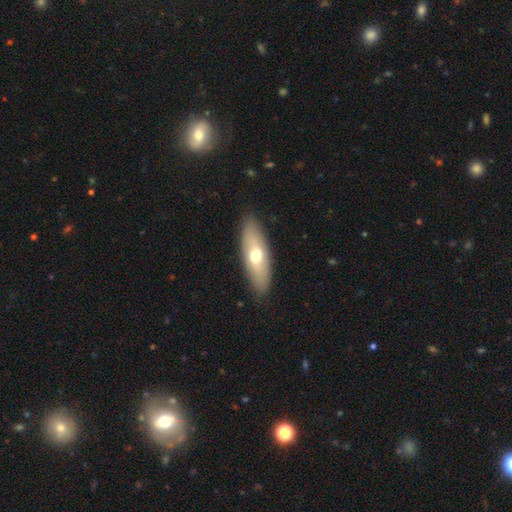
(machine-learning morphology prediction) smooth-or-featured: smooth: 59% | featured or disk: 35% | star or artifact: 6%
  how-rounded: in between: 62% | cigar-shaped: 35% | round: 3%
  merging: none: 87% | minor disturbance: 9% | major disturbance: 2% | merger: 1%